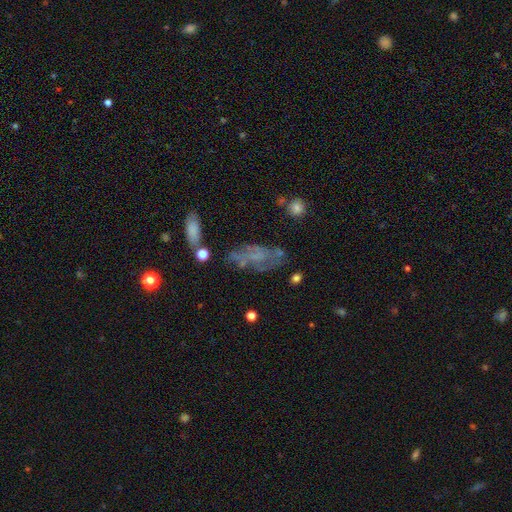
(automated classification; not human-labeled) Morphology: type=featured or disk (54%); edge-on=no (87%); merging=none (53%).